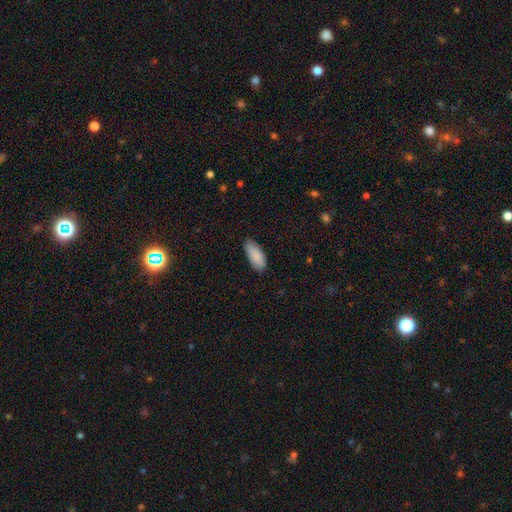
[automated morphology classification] Smooth or featured?
  - smooth: 89% *
  - star or artifact: 6%
  - featured or disk: 5%
How rounded?
  - in between: 87% *
  - cigar-shaped: 12%
  - round: 2%
Merging?
  - none: 81% *
  - minor disturbance: 16%
  - major disturbance: 2%
  - merger: 1%